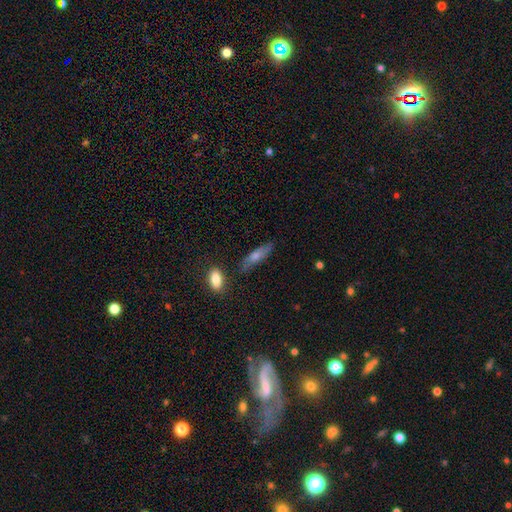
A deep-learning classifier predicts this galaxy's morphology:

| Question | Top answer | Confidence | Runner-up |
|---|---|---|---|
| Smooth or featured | smooth | 58% | featured or disk (31%) |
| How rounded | cigar-shaped | 65% | in between (31%) |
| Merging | none | 75% | minor disturbance (17%) |